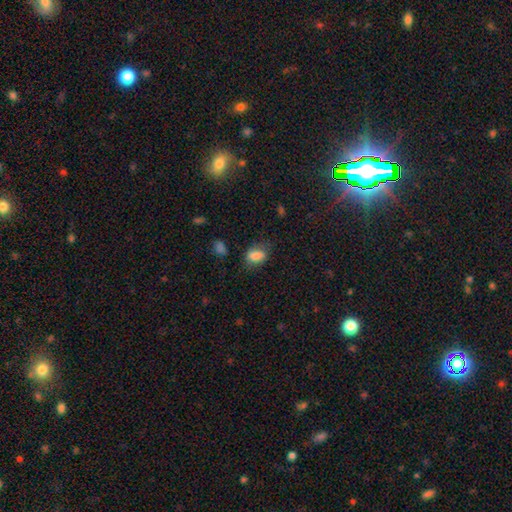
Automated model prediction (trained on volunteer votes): smooth-or-featured: smooth: 83% | star or artifact: 9% | featured or disk: 8%
  how-rounded: in between: 83% | round: 14% | cigar-shaped: 2%
  merging: none: 65% | minor disturbance: 24% | major disturbance: 8% | merger: 2%